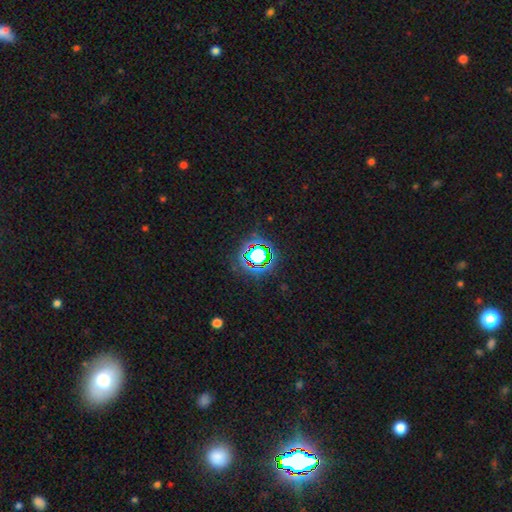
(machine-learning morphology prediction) The model was most divided on "smooth or featured": star or artifact: 65%, smooth: 23%, featured or disk: 12%.